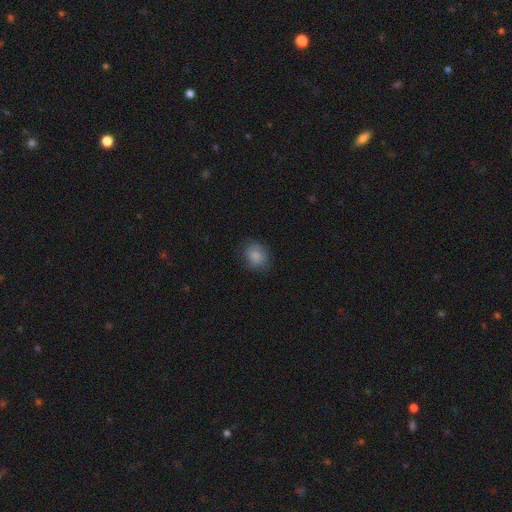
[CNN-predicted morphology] Smooth or featured: smooth — 83% (featured or disk — 8%)
How rounded: round — 75% (in between — 24%)
Merging: none — 76% (minor disturbance — 17%)